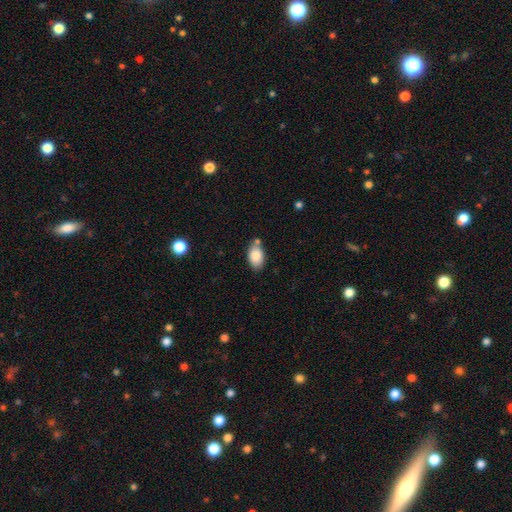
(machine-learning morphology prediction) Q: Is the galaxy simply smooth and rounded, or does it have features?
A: smooth — 85%.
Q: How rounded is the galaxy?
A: in between — 91%.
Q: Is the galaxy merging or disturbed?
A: none — 70%.